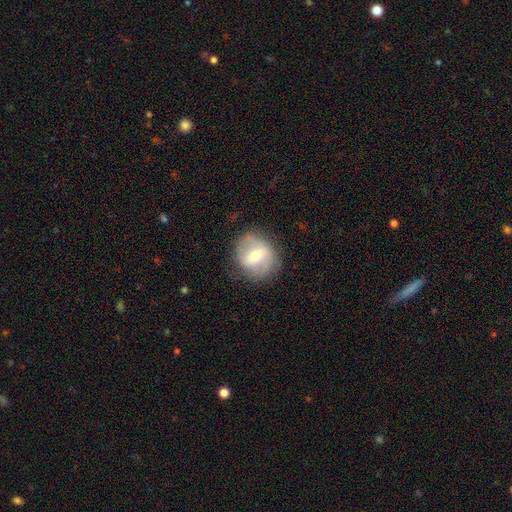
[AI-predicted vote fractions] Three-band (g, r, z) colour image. It shows a featured or disk galaxy (54%) with a weak bar (43%), spiral arms (53%) and a moderate central bulge (61%). Merging: none (78%).